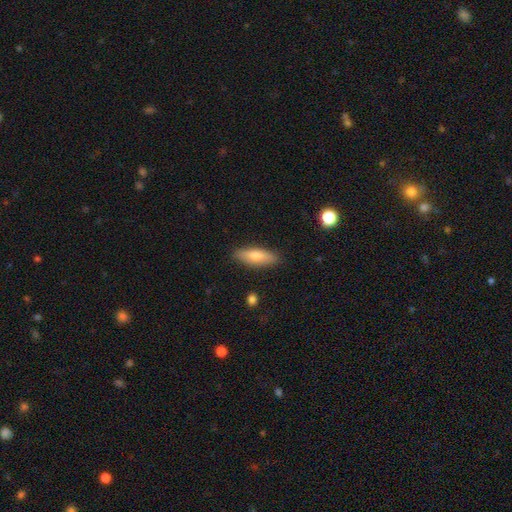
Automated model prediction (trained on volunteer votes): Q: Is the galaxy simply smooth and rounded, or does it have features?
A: smooth — 67%.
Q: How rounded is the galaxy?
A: cigar-shaped — 52%.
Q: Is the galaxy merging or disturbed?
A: none — 88%.